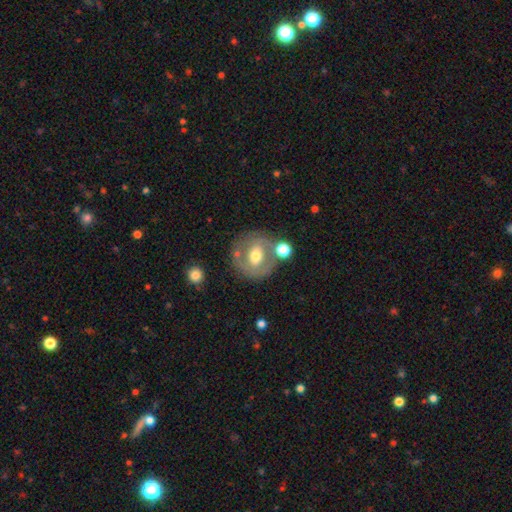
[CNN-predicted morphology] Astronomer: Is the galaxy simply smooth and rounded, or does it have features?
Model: featured or disk — 54% (runner-up: smooth, 38%).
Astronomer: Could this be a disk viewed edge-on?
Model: no — 95%.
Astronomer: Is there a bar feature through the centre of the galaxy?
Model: no — 41% (runner-up: weak, 38%).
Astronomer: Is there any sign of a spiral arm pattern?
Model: no — 62% (runner-up: yes, 38%).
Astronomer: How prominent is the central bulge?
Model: moderate — 71%.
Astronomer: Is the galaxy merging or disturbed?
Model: none — 67%.